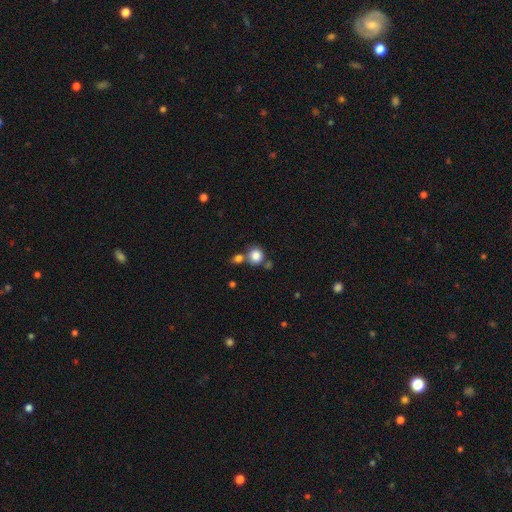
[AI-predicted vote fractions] smooth-or-featured: smooth: 84% | star or artifact: 10% | featured or disk: 6%
  how-rounded: round: 85% | in between: 14% | cigar-shaped: 1%
  merging: none: 60% | merger: 25% | minor disturbance: 11% | major disturbance: 4%